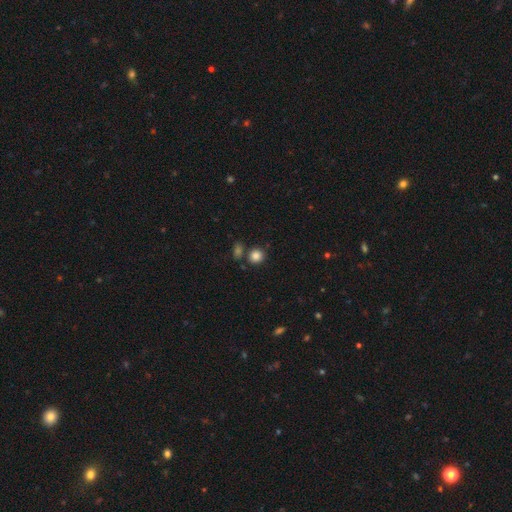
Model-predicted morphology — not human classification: This is clearly a smooth galaxy (84%). How rounded: clearly round (86%). Merging: likely none (74%).